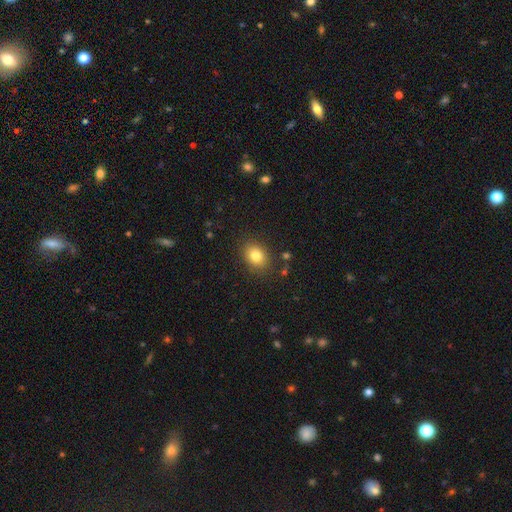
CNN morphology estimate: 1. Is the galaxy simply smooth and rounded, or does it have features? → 83% smooth, 10% star or artifact, 7% featured or disk.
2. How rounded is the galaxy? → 62% in between, 37% round, 1% cigar-shaped.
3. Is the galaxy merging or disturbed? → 85% none, 10% minor disturbance, 3% major disturbance, 2% merger.